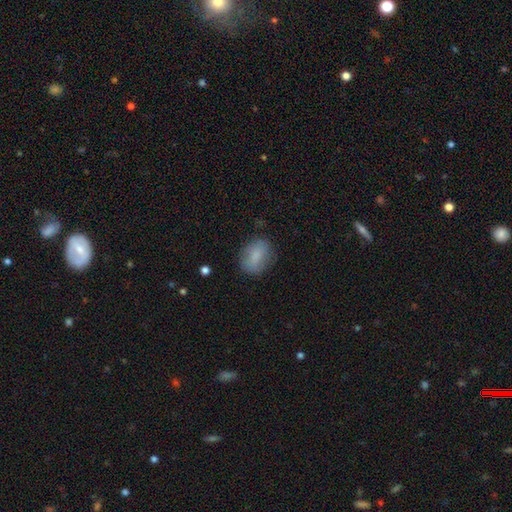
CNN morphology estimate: Smooth or featured?
  - smooth: 81% *
  - featured or disk: 11%
  - star or artifact: 7%
How rounded?
  - in between: 75% *
  - round: 23%
  - cigar-shaped: 2%
Merging?
  - none: 78% *
  - minor disturbance: 16%
  - major disturbance: 5%
  - merger: 1%